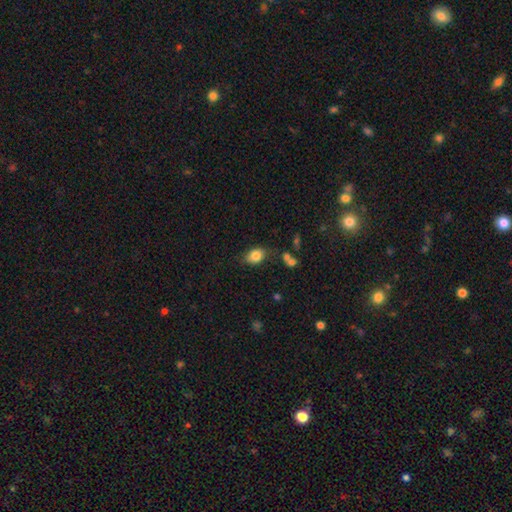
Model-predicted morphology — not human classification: Overall: smooth (83%). How rounded: in between (72%). Merging: none (71%).